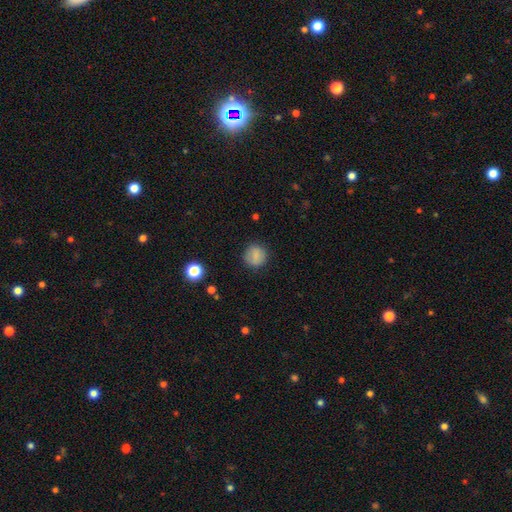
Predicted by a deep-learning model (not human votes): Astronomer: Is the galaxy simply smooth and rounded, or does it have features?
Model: smooth — 81%.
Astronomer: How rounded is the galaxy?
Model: round — 88%.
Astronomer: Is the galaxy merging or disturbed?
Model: none — 86%.